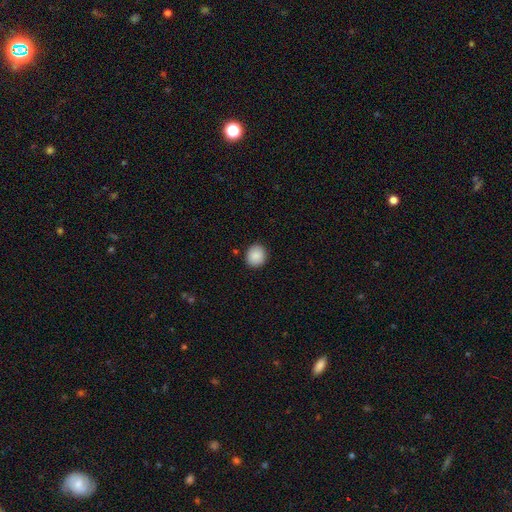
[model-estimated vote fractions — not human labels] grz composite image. It shows a smooth galaxy with no disk features (89%) that is round (82%). Merging: none (90%).